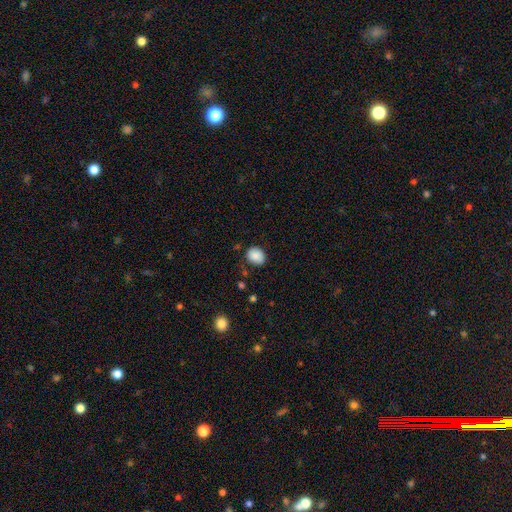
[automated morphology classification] The model was most divided on "how rounded": round: 53%, in between: 46%, cigar-shaped: 1%. More confident: smooth or featured — smooth (87%); merging — none (79%).